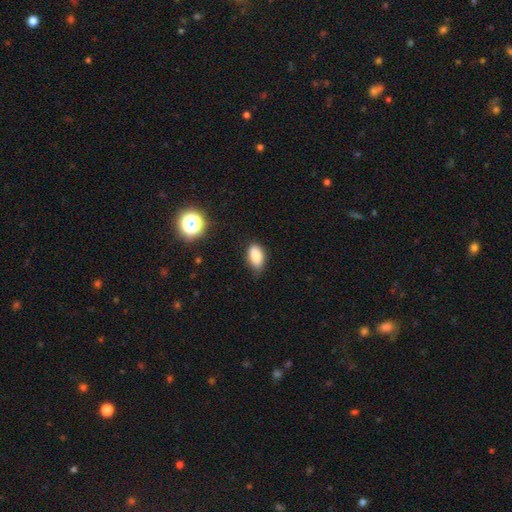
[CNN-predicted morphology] smooth-or-featured: smooth: 85% | star or artifact: 10% | featured or disk: 5%
  how-rounded: in between: 90% | round: 6% | cigar-shaped: 3%
  merging: none: 70% | minor disturbance: 25% | major disturbance: 4% | merger: 1%